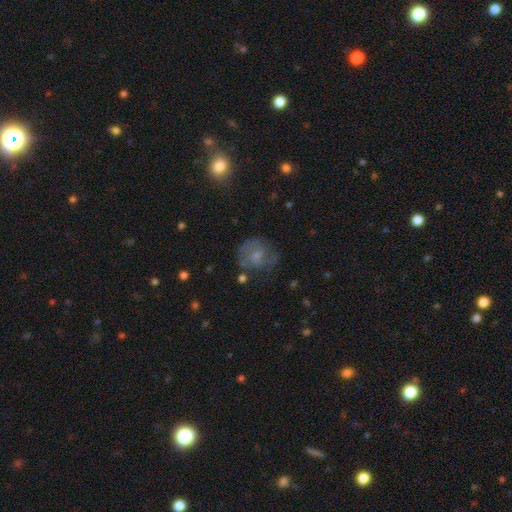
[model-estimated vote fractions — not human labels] Overall: featured or disk (45%; smooth 43%). Merging: none (58%; minor disturbance 22%).